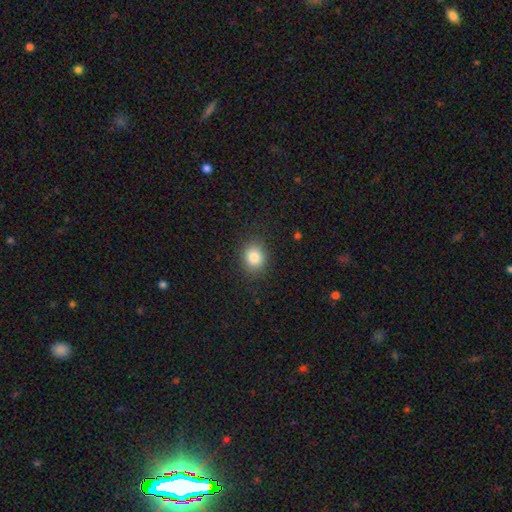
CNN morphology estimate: type=smooth (84%); roundness=round (65%); merging=none (88%).